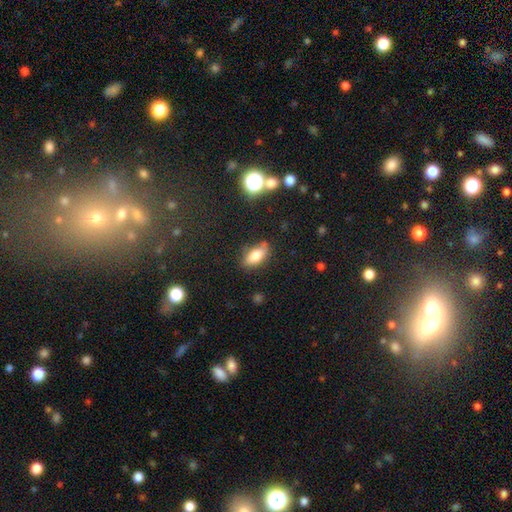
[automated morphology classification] A smooth galaxy with no disk features (77%) that is in between round and cigar-shaped (84%). Merging: none (74%).